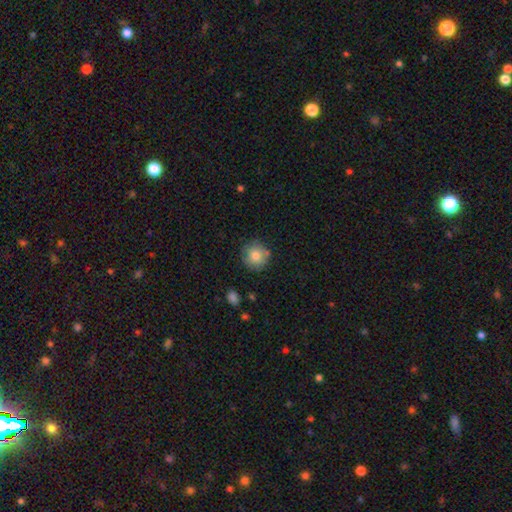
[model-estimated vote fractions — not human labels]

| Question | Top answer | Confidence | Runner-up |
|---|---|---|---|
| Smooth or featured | smooth | 75% | featured or disk (15%) |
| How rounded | round | 94% | in between (6%) |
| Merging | none | 79% | minor disturbance (14%) |